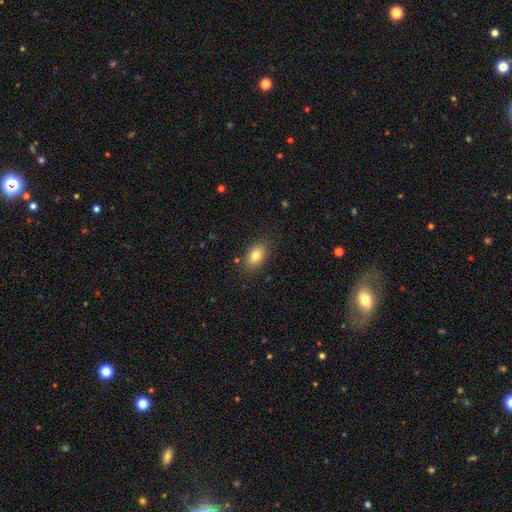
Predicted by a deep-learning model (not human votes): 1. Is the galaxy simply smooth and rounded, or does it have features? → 80% smooth, 11% featured or disk, 9% star or artifact.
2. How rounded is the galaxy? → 86% in between, 12% round, 2% cigar-shaped.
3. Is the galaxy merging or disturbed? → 84% none, 11% minor disturbance, 3% major disturbance, 2% merger.